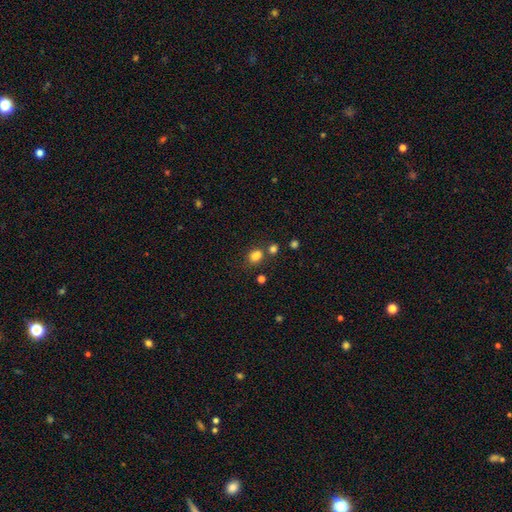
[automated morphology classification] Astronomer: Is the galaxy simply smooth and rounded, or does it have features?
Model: smooth — 80%.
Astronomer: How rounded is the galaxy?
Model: in between — 52% (runner-up: round, 47%).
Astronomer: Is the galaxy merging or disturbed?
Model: none — 60%.